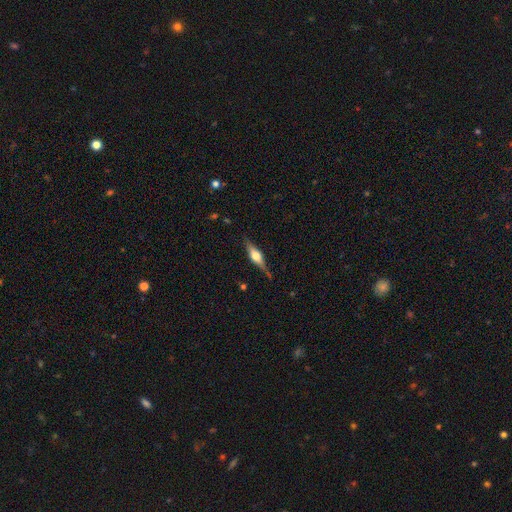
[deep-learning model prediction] This is likely a featured or disk galaxy (67%). It is clearly viewed edge-on (96%). Edge-on bulge: clearly rounded (87%). Merging: likely none (79%).